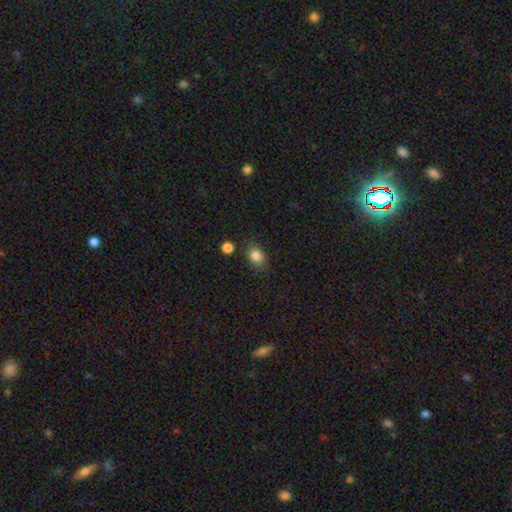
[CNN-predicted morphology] smooth-or-featured: smooth: 83% | star or artifact: 10% | featured or disk: 7%
  how-rounded: in between: 69% | round: 30% | cigar-shaped: 2%
  merging: none: 79% | minor disturbance: 14% | merger: 4% | major disturbance: 3%